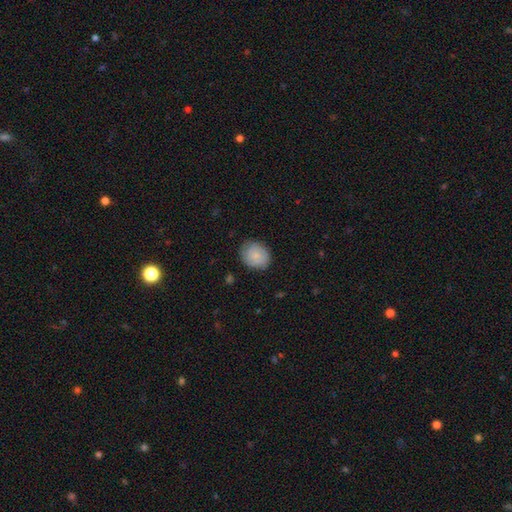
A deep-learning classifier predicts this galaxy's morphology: This is likely a smooth galaxy (80%). How rounded: likely round (67%). Merging: likely none (79%).